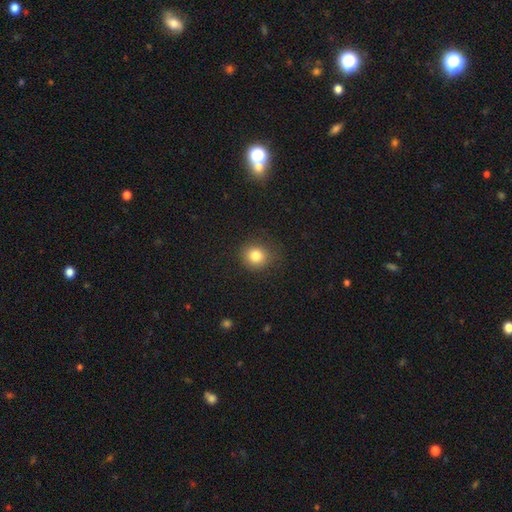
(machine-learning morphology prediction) Q: Smooth or featured?
A: smooth (82%); runner-up: star or artifact (12%)
Q: How rounded?
A: round (87%); runner-up: in between (12%)
Q: Merging?
A: none (85%); runner-up: minor disturbance (10%)